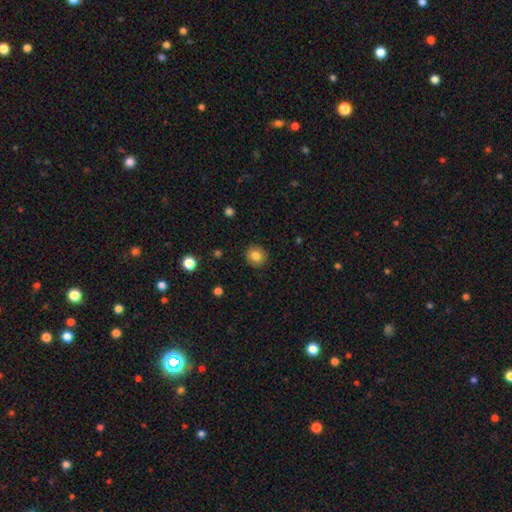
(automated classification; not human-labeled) Overall: smooth (82%). How rounded: round (91%). Merging: none (91%).